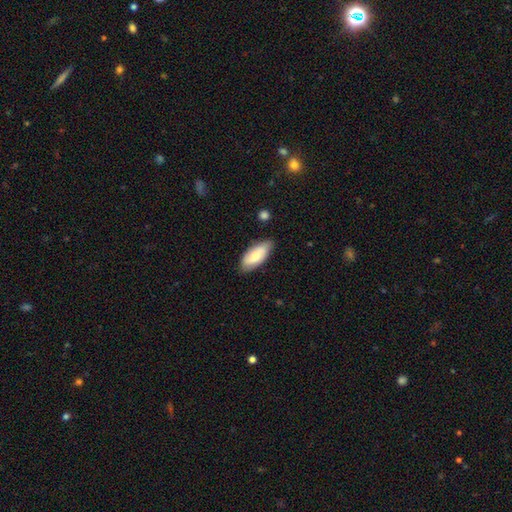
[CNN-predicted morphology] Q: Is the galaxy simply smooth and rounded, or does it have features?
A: smooth — 68%.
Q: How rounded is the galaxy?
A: in between — 88%.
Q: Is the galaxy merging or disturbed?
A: none — 78%.